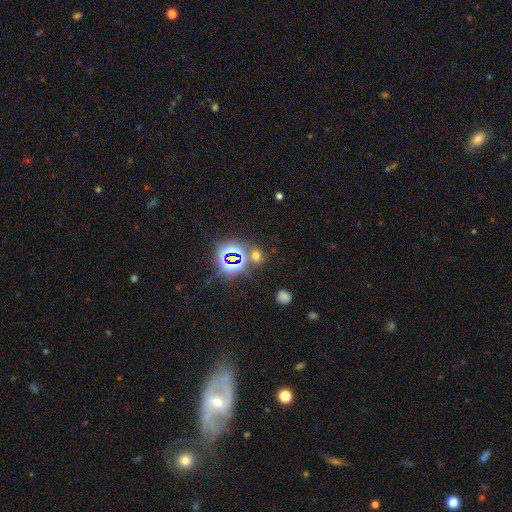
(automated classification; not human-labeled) This appears to be a star or artifact, not a galaxy (52%).